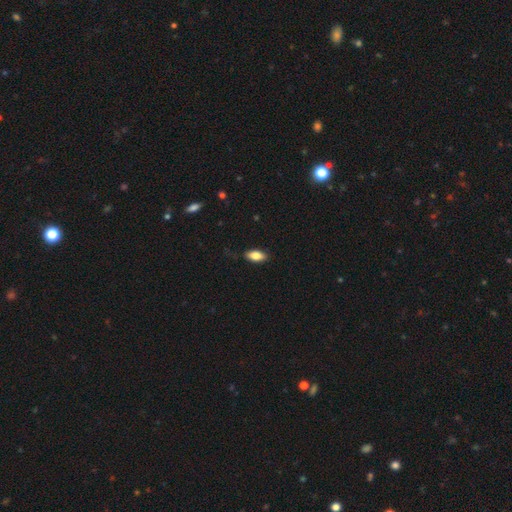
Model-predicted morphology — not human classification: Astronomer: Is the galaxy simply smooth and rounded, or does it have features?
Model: smooth — 83%.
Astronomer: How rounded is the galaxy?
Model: in between — 89%.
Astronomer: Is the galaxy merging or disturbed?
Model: none — 81%.